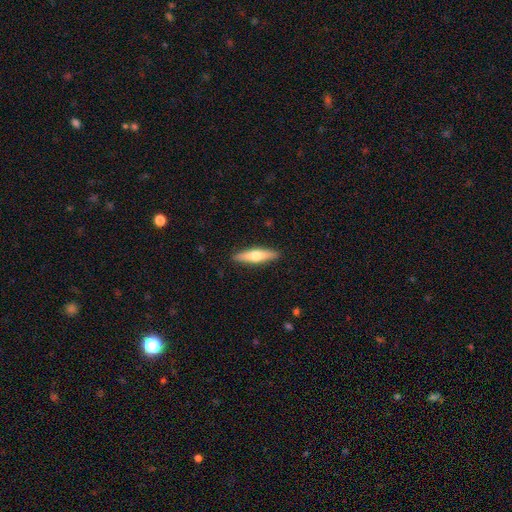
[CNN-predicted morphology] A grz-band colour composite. It shows a smooth galaxy with no disk features (56%) that is cigar-shaped (72%). Merging: none (90%).